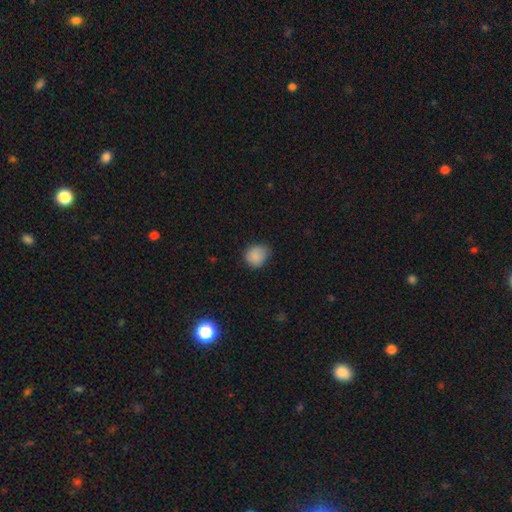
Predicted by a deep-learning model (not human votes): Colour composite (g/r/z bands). It shows a smooth galaxy with no disk features (86%) that is round (73%). Merging: none (69%).